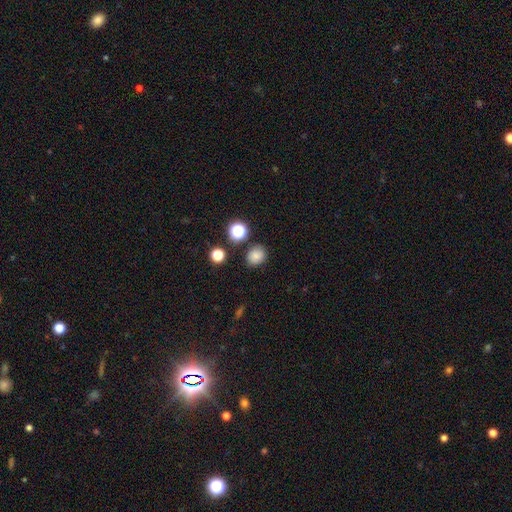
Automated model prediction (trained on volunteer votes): Smooth or featured? Predicted: smooth (p=0.80). How rounded? Predicted: round (p=0.67). Merging? Predicted: none (p=0.82).